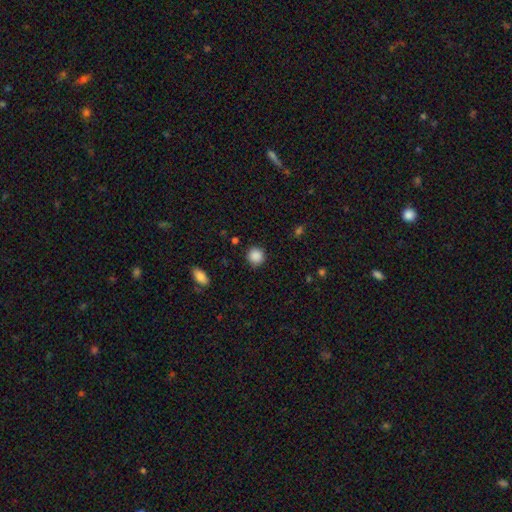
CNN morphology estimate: The model was most divided on "smooth or featured": smooth: 88%, star or artifact: 9%, featured or disk: 3%. More confident: how rounded — round (91%); merging — none (89%).